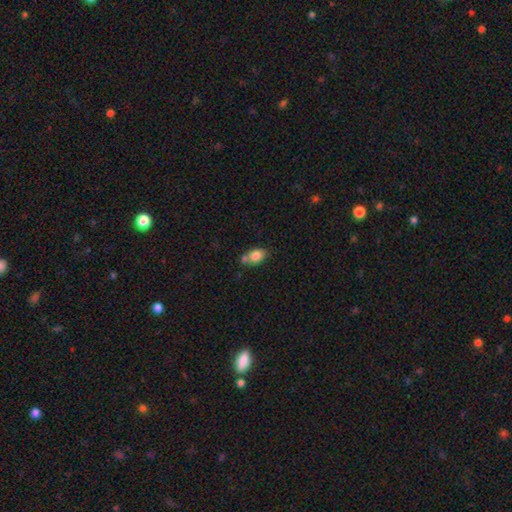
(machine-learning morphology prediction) This is clearly a smooth galaxy (82%). How rounded: likely in between (74%). Merging: possibly none (49%).